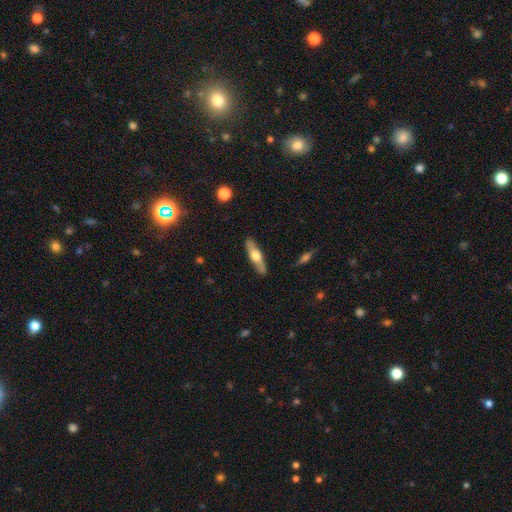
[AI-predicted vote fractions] Smooth or featured? Predicted: featured or disk (p=0.54). Edge-on disk? Predicted: yes (p=0.89). Merging? Predicted: none (p=0.88).